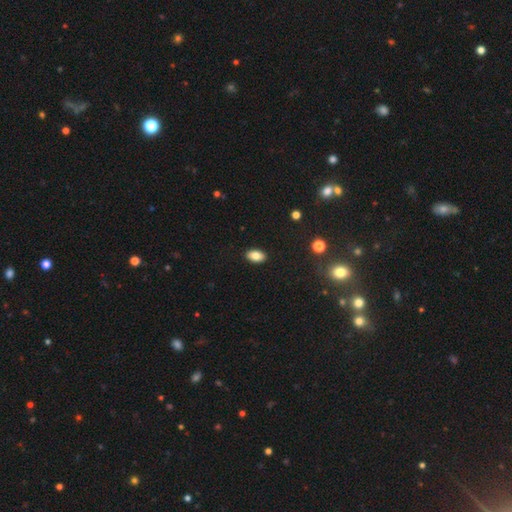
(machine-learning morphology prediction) Overall: smooth (83%). How rounded: in between (92%). Merging: none (90%).